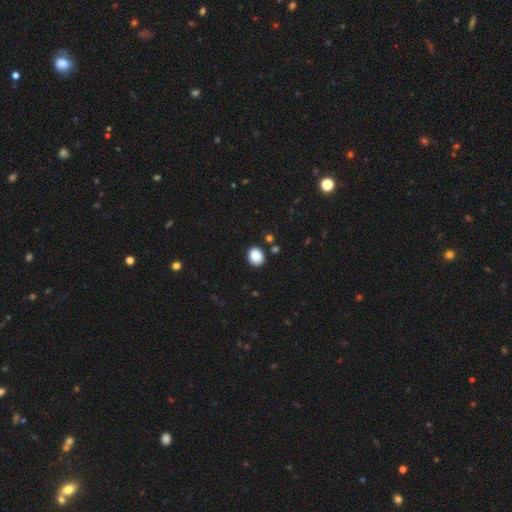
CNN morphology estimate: Overall: smooth (88%). How rounded: round (59%; in between 40%). Merging: none (86%).